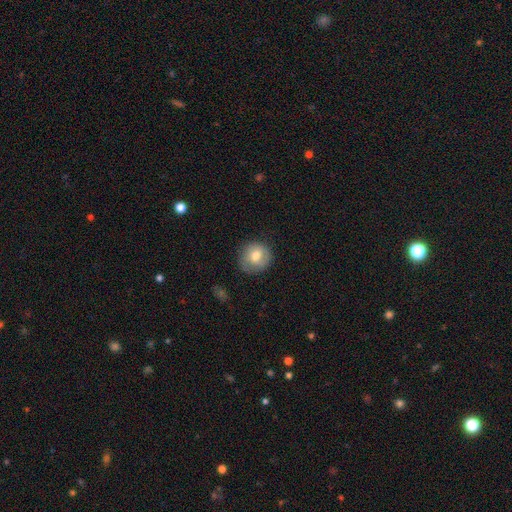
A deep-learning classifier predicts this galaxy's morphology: Overall: smooth (72%). How rounded: round (90%). Merging: none (78%).